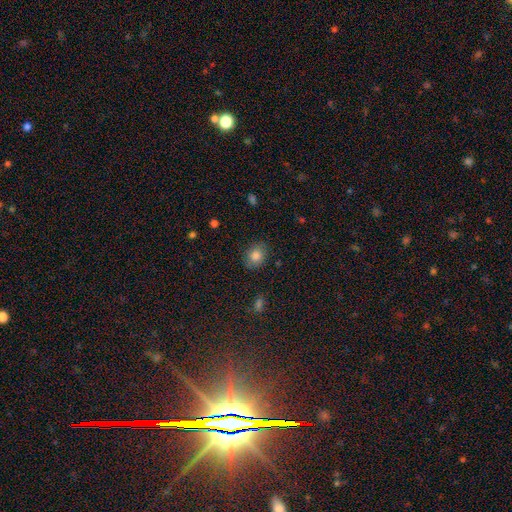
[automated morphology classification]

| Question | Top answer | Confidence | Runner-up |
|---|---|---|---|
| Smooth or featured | smooth | 83% | star or artifact (10%) |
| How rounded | round | 62% | in between (37%) |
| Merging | none | 84% | minor disturbance (12%) |